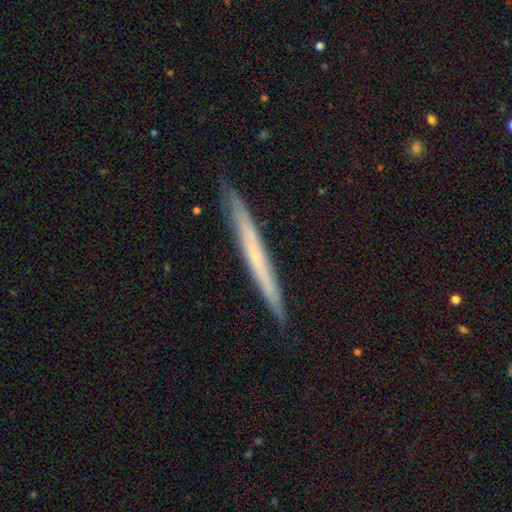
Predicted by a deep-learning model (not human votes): This appears to be a featured or disk galaxy (51%) viewed edge-on (95%). Merging: none (90%).